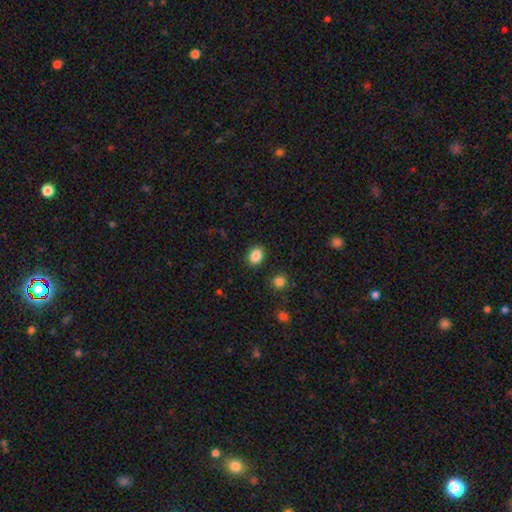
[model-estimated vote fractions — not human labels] Overall: smooth (87%). How rounded: in between (68%; round 31%). Merging: none (87%).